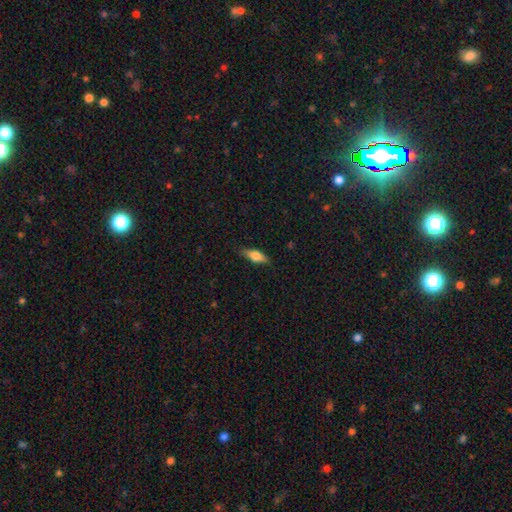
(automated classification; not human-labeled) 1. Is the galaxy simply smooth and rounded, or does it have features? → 63% smooth, 30% featured or disk, 7% star or artifact.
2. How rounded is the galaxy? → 60% in between, 37% cigar-shaped, 3% round.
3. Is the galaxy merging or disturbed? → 83% none, 13% minor disturbance, 3% major disturbance, 1% merger.